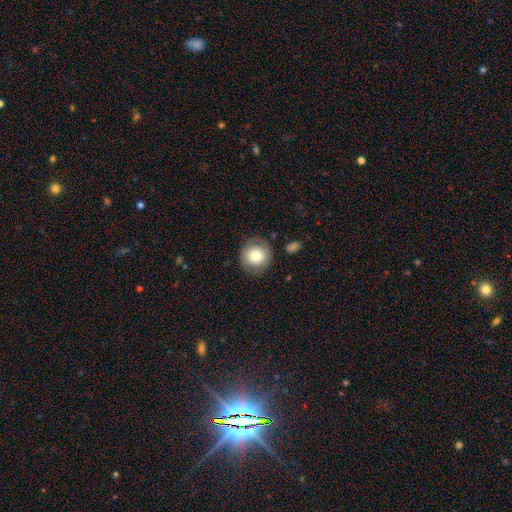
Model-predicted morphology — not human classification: Smooth or featured?
  - smooth: 77% *
  - featured or disk: 15%
  - star or artifact: 9%
How rounded?
  - round: 91% *
  - in between: 8%
  - cigar-shaped: 1%
Merging?
  - none: 81% *
  - minor disturbance: 12%
  - major disturbance: 4%
  - merger: 2%